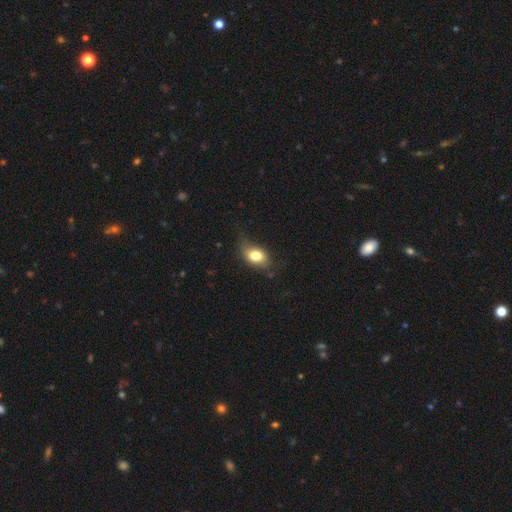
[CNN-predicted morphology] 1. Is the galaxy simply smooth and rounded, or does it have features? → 76% smooth, 16% featured or disk, 9% star or artifact.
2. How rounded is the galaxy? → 78% in between, 19% round, 2% cigar-shaped.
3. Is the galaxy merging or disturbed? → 60% none, 29% minor disturbance, 10% major disturbance, 2% merger.